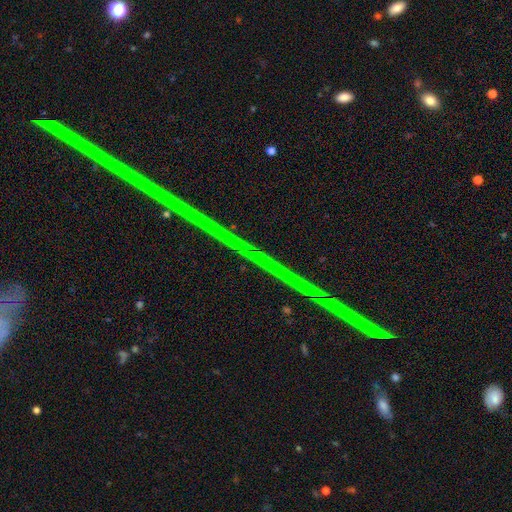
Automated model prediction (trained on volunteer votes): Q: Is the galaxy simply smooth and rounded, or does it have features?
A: star or artifact — 86%.